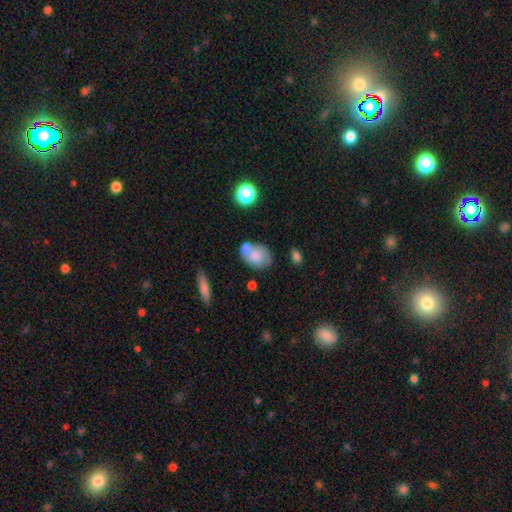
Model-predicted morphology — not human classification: Q: Smooth or featured?
A: smooth (69%); runner-up: featured or disk (22%)
Q: How rounded?
A: in between (63%); runner-up: round (36%)
Q: Merging?
A: none (44%); runner-up: merger (33%)